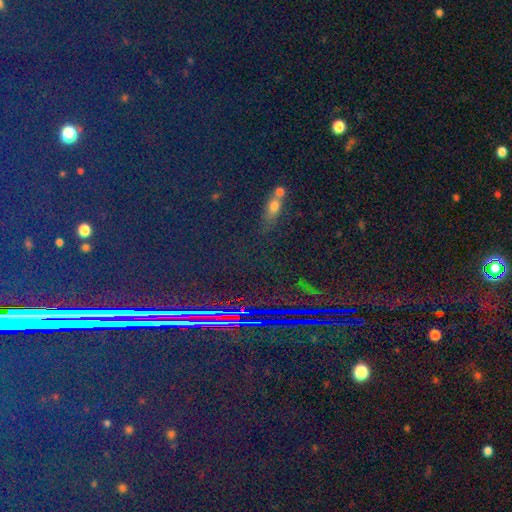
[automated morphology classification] Smooth or featured: star or artifact — 75% (smooth — 14%)